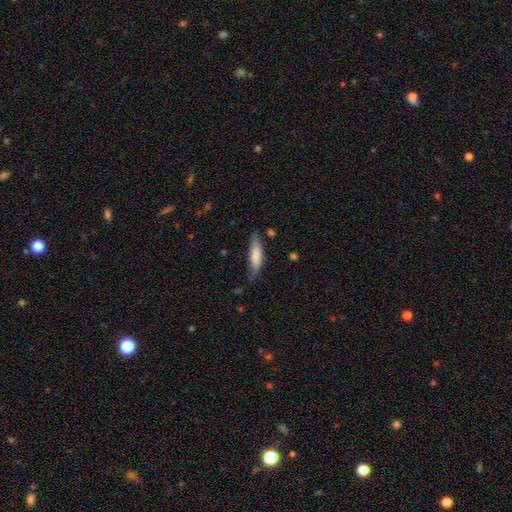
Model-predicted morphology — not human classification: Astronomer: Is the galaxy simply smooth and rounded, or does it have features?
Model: smooth — 73%.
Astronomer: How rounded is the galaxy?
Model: cigar-shaped — 63%.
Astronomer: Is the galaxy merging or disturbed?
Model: none — 68%.